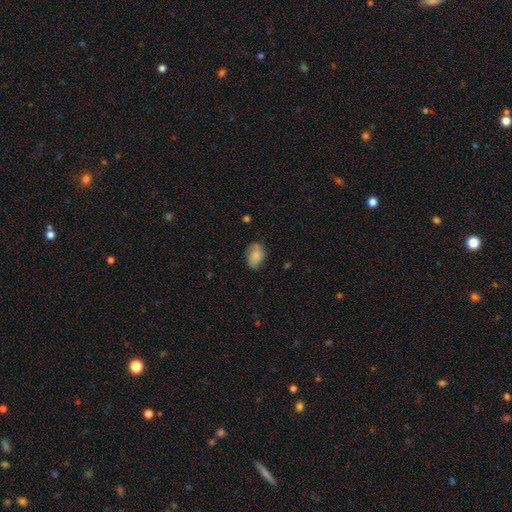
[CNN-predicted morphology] smooth 78%, featured or disk 14%, star or artifact 8%. Down the decision tree: how rounded — in between (81%); merging — none (66%).